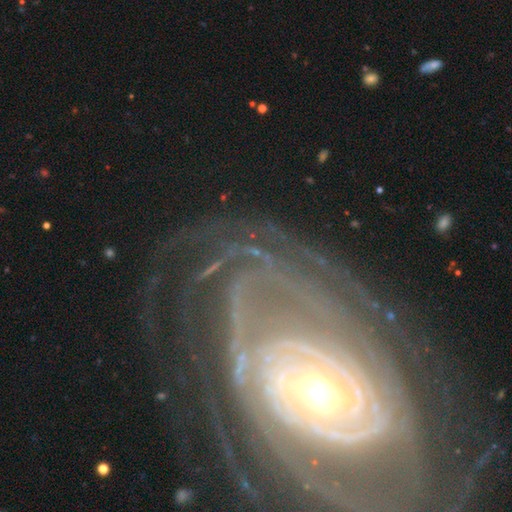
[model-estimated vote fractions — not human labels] smooth_or_featured: featured or disk (p=0.87) [alt: star or artifact p=0.08]
disk_edge_on: no (p=0.95) [alt: yes p=0.05]
bar: no (p=0.56) [alt: weak p=0.22]
has_spiral_arms: yes (p=0.94) [alt: no p=0.06]
spiral_winding: tight (p=0.78) [alt: medium p=0.17]
spiral_arm_count: can't tell (p=0.29) [alt: more than 4 p=0.18]
bulge_size: moderate (p=0.56) [alt: small p=0.33]
merging: none (p=0.70) [alt: minor disturbance p=0.14]